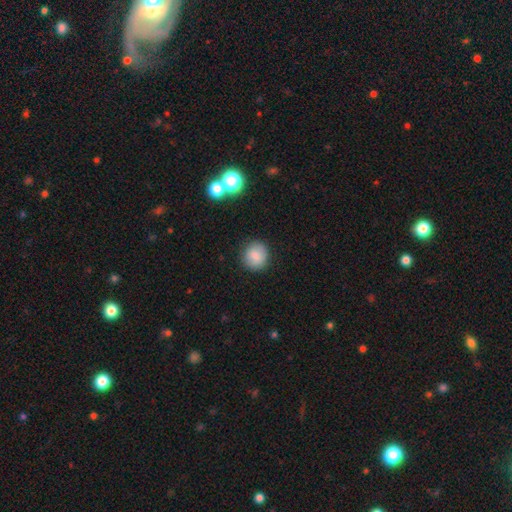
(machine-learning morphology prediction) smooth 83%, star or artifact 9%, featured or disk 7%. Down the decision tree: how rounded — round (89%); merging — none (88%).